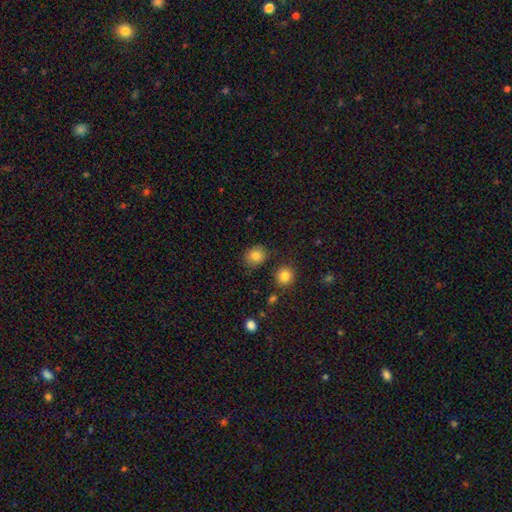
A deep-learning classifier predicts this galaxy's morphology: This appears to be a smooth galaxy with no disk features (83%) that is round (69%). Merging: none (77%).